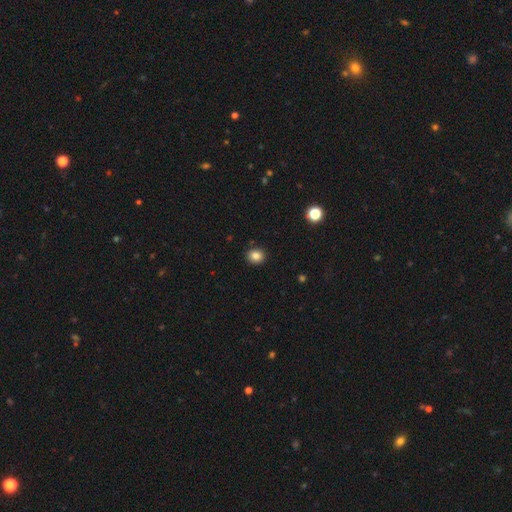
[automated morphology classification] smooth 84%, star or artifact 11%, featured or disk 5%. Down the decision tree: how rounded — round (74%); merging — none (90%).